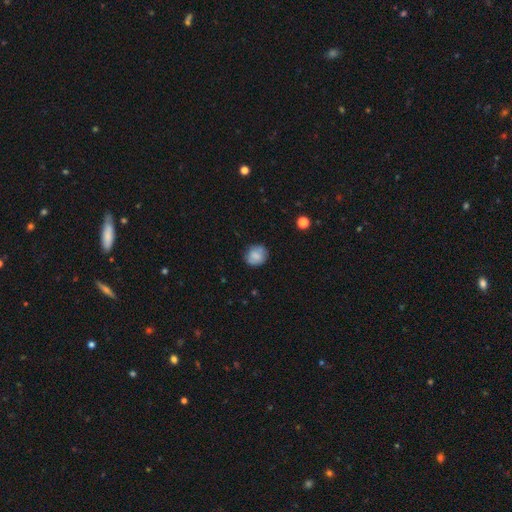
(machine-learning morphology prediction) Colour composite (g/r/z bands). It shows a smooth galaxy with no disk features (79%) that is round (73%). Merging: none (79%).